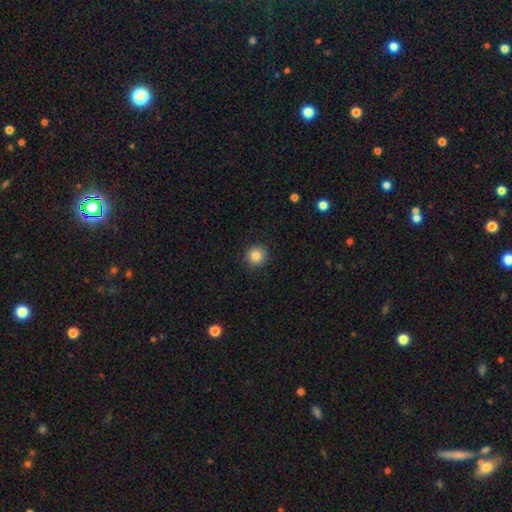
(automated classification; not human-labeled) Overall: smooth (86%). How rounded: round (93%). Merging: none (90%).